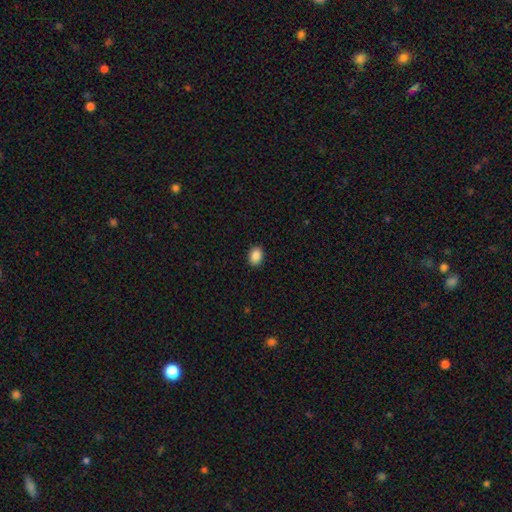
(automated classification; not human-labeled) This is clearly a smooth galaxy (88%). How rounded: likely in between (72%). Merging: clearly none (91%).